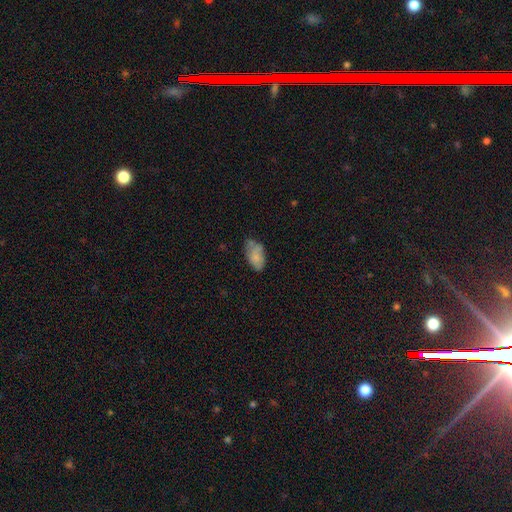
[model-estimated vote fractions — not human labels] Smooth or featured?
  - smooth: 74% *
  - featured or disk: 18%
  - star or artifact: 8%
How rounded?
  - in between: 93% *
  - round: 4%
  - cigar-shaped: 3%
Merging?
  - none: 49% *
  - minor disturbance: 33%
  - major disturbance: 11%
  - merger: 7%